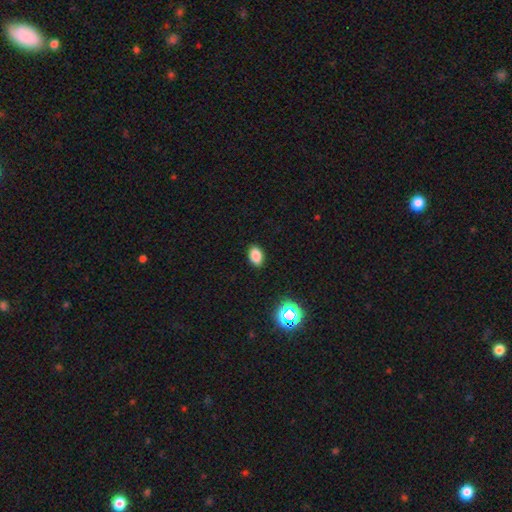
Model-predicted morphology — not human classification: This is clearly a smooth galaxy (83%). How rounded: clearly in between (86%). Merging: clearly none (89%).